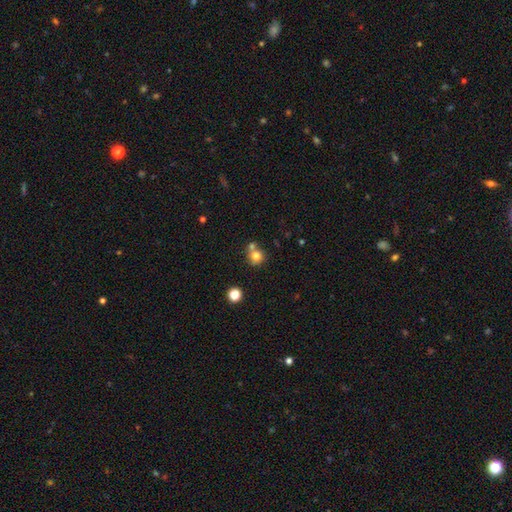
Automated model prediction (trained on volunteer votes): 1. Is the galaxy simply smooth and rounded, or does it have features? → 76% smooth, 13% star or artifact, 11% featured or disk.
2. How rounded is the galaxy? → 87% round, 12% in between, 1% cigar-shaped.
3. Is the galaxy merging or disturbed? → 54% none, 33% merger, 9% minor disturbance, 3% major disturbance.